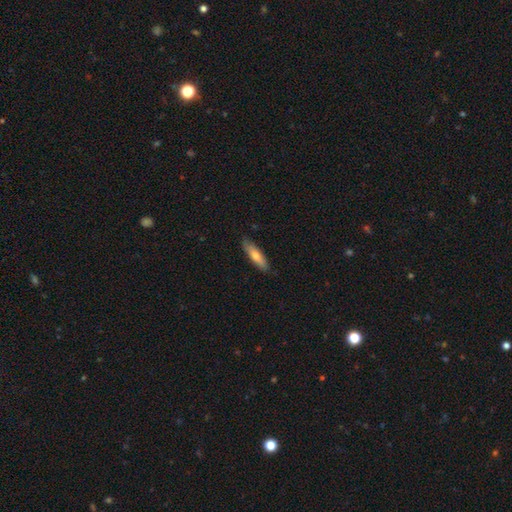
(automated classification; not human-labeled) A smooth galaxy with no disk features (68%) that is cigar-shaped (70%).

Vote fractions:
- Smooth or featured? smooth: 68% / featured or disk: 26% / star or artifact: 6%
- How rounded? cigar-shaped: 70% / in between: 29% / round: 2%
- Merging? none: 86% / minor disturbance: 11% / major disturbance: 2% / merger: 1%